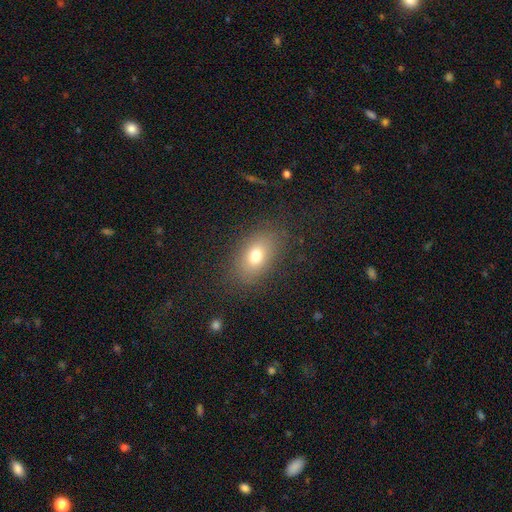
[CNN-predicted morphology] smooth-or-featured: smooth: 73% | featured or disk: 14% | star or artifact: 13%
  how-rounded: in between: 81% | round: 17% | cigar-shaped: 2%
  merging: none: 83% | minor disturbance: 11% | major disturbance: 5% | merger: 1%